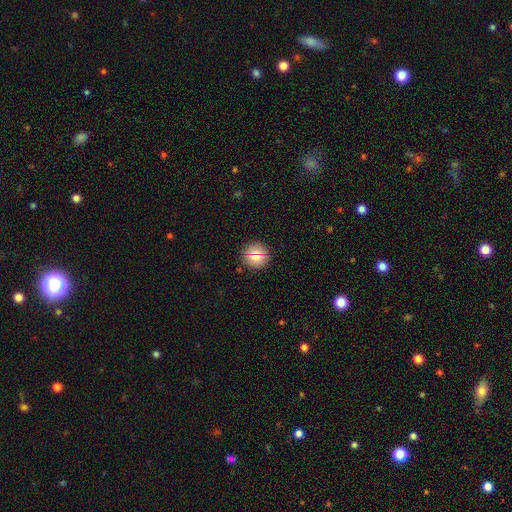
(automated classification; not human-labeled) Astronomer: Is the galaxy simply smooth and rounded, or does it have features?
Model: smooth — 74%.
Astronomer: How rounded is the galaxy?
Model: round — 94%.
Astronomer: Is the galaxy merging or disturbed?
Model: none — 89%.